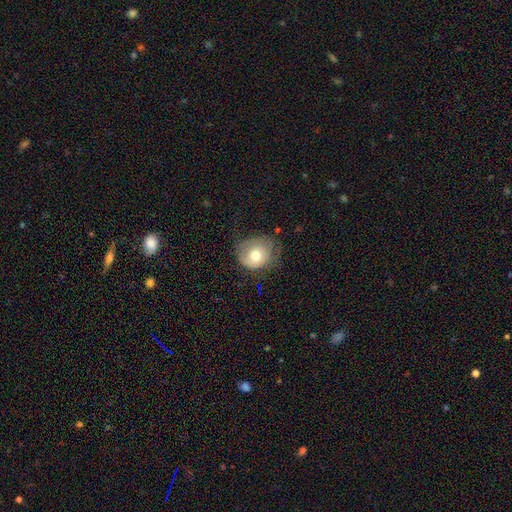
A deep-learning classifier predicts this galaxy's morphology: A smooth galaxy with no disk features (67%) that is round (73%). Merging: none (52%).